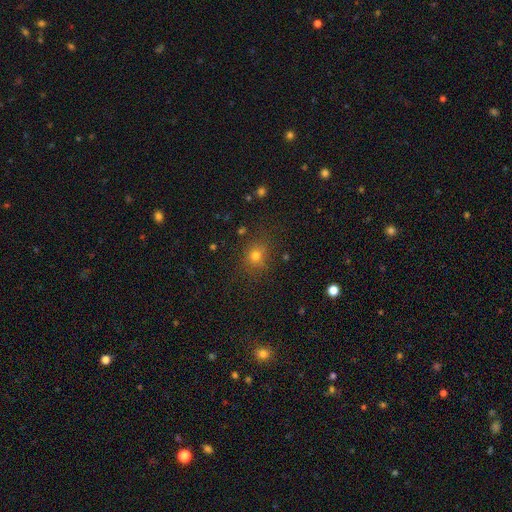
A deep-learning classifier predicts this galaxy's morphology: Smooth or featured?
  - smooth: 72% *
  - star or artifact: 20%
  - featured or disk: 8%
How rounded?
  - round: 77% *
  - in between: 21%
  - cigar-shaped: 1%
Merging?
  - none: 80% *
  - minor disturbance: 13%
  - major disturbance: 5%
  - merger: 3%